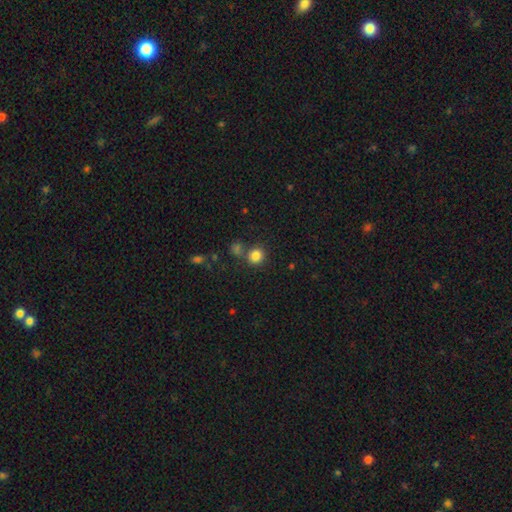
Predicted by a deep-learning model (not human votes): The model was most divided on "merging": none: 71%, merger: 16%, minor disturbance: 9%, major disturbance: 4%. More confident: how rounded — round (84%); smooth or featured — smooth (83%).